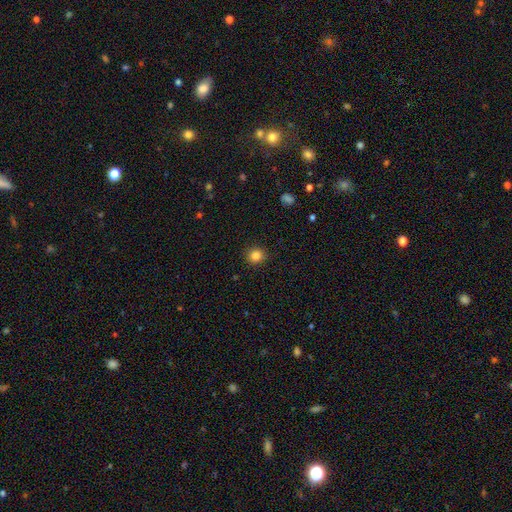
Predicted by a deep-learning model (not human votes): The model was most divided on "smooth or featured": smooth: 84%, star or artifact: 12%, featured or disk: 5%. More confident: merging — none (91%); how rounded — round (87%).